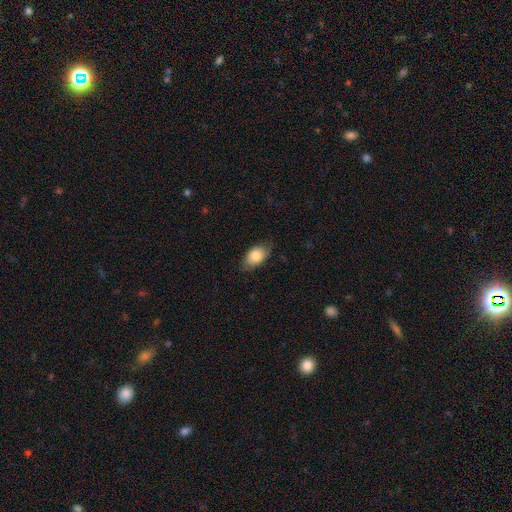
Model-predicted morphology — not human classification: smooth 82%, featured or disk 12%, star or artifact 7%. Down the decision tree: how rounded — in between (90%); merging — none (76%).